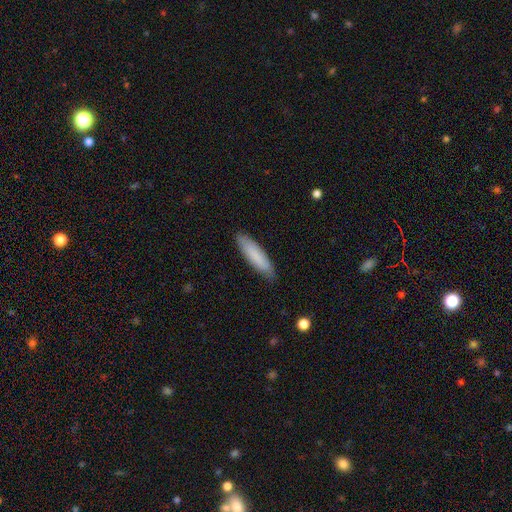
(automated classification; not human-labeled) Q: Smooth or featured?
A: smooth (84%); runner-up: featured or disk (11%)
Q: How rounded?
A: cigar-shaped (72%); runner-up: in between (27%)
Q: Merging?
A: none (86%); runner-up: minor disturbance (11%)